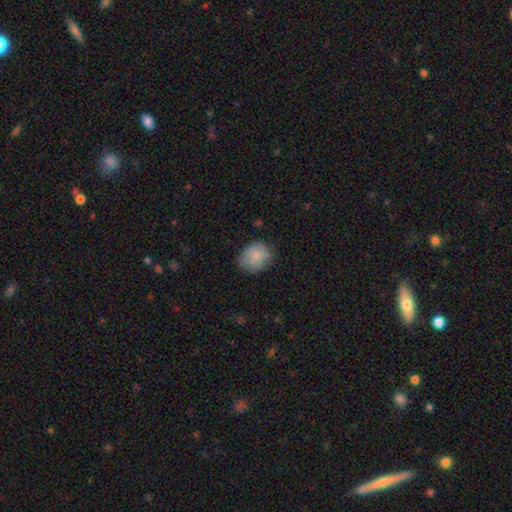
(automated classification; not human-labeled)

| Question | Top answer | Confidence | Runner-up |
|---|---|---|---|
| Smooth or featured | smooth | 81% | featured or disk (12%) |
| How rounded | round | 54% | in between (45%) |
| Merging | none | 73% | minor disturbance (21%) |